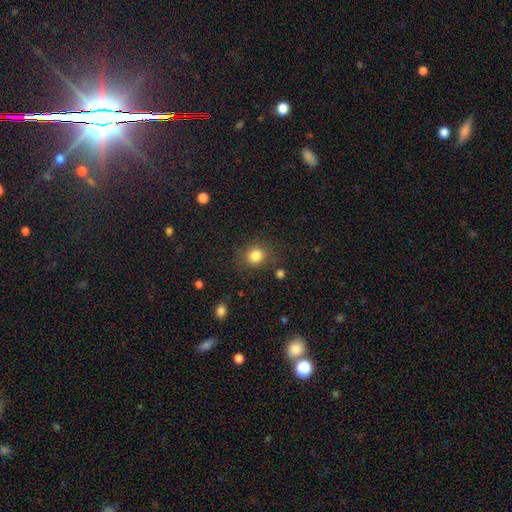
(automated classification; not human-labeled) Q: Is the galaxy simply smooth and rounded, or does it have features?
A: smooth — 83%.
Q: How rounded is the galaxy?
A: round — 85%.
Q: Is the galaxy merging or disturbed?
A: none — 82%.